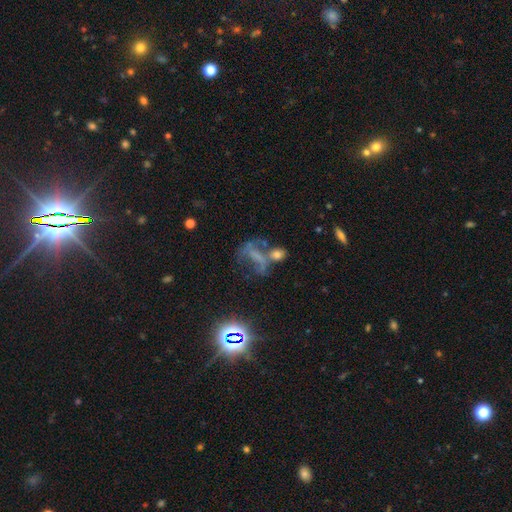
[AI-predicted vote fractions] Smooth or featured? Predicted: featured or disk (p=0.37). Merging? Predicted: major disturbance (p=0.30).